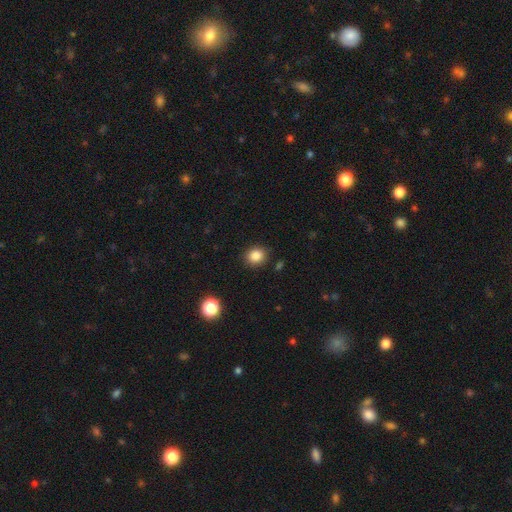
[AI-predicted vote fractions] The model was most divided on "how rounded": round: 77%, in between: 22%, cigar-shaped: 1%. More confident: merging — none (87%); smooth or featured — smooth (85%).